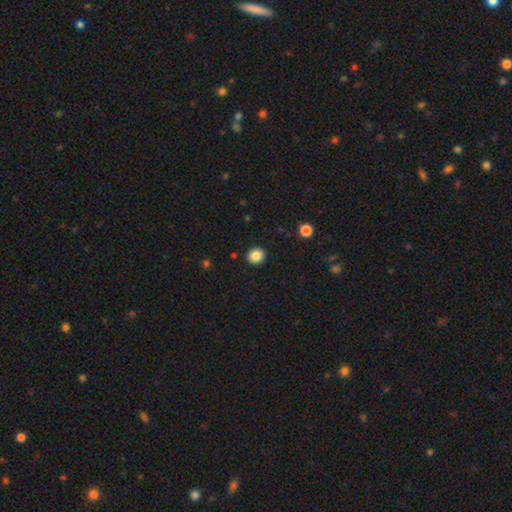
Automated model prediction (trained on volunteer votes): The model was most divided on "how rounded": round: 80%, in between: 20%, cigar-shaped: 1%. More confident: merging — none (92%); smooth or featured — smooth (86%).